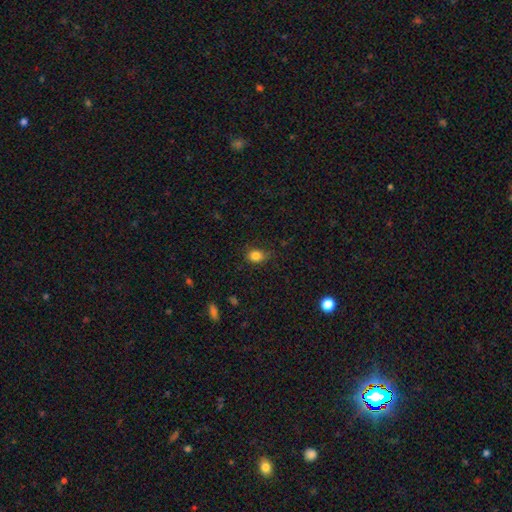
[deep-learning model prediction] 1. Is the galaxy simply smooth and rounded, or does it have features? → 83% smooth, 11% star or artifact, 5% featured or disk.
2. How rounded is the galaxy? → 54% round, 45% in between, 1% cigar-shaped.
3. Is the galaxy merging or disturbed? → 72% none, 22% minor disturbance, 5% major disturbance, 1% merger.